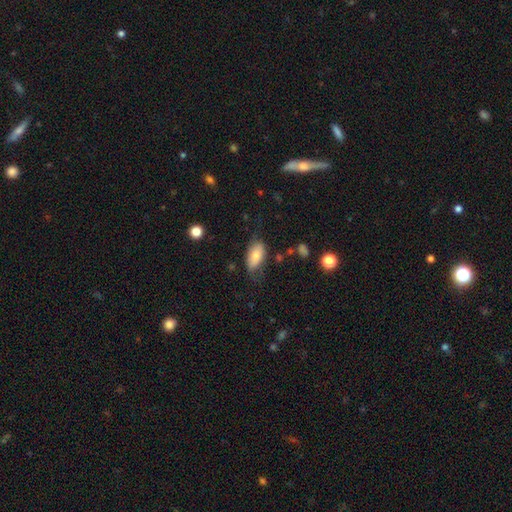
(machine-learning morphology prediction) smooth-or-featured: smooth: 76% | featured or disk: 17% | star or artifact: 7%
  how-rounded: in between: 92% | round: 4% | cigar-shaped: 3%
  merging: none: 60% | minor disturbance: 27% | major disturbance: 11% | merger: 2%